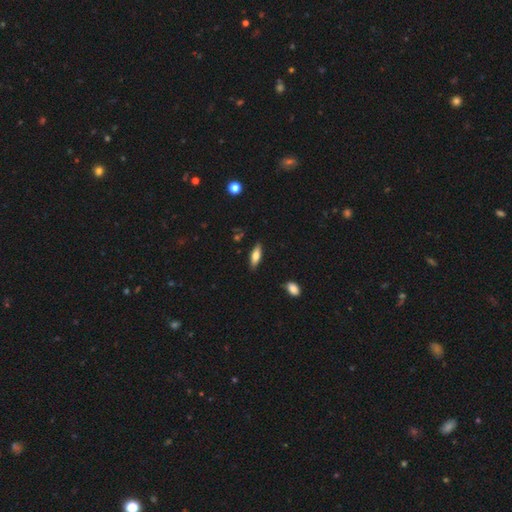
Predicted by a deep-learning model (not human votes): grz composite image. It shows a smooth galaxy with no disk features (67%) that is in between round and cigar-shaped (56%). Merging: none (86%).